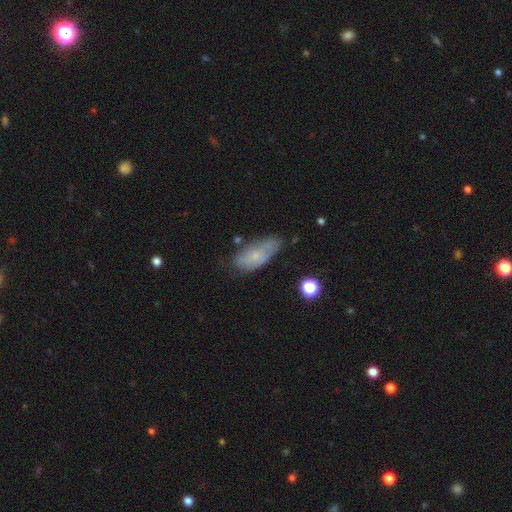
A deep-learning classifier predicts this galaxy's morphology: Smooth or featured?
  - smooth: 53% *
  - featured or disk: 37%
  - star or artifact: 9%
How rounded?
  - in between: 85% *
  - cigar-shaped: 12%
  - round: 4%
Merging?
  - none: 53% *
  - minor disturbance: 31%
  - major disturbance: 11%
  - merger: 5%